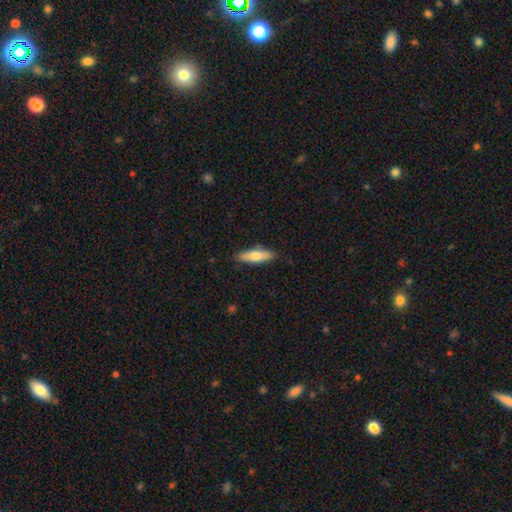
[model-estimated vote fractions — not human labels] A smooth galaxy with no disk features (70%) that is cigar-shaped (58%).

Vote fractions:
- Smooth or featured? smooth: 70% / featured or disk: 25% / star or artifact: 6%
- How rounded? cigar-shaped: 58% / in between: 40% / round: 2%
- Merging? none: 87% / minor disturbance: 10% / major disturbance: 2% / merger: 1%